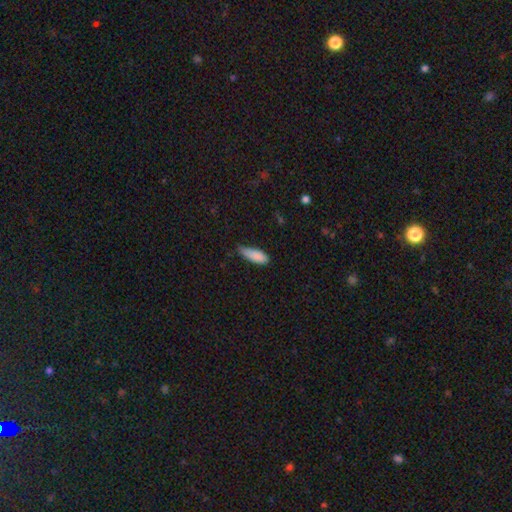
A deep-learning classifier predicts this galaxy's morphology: smooth-or-featured: smooth: 87% | star or artifact: 7% | featured or disk: 6%
  how-rounded: in between: 62% | cigar-shaped: 36% | round: 2%
  merging: none: 46% | minor disturbance: 44% | major disturbance: 8% | merger: 2%